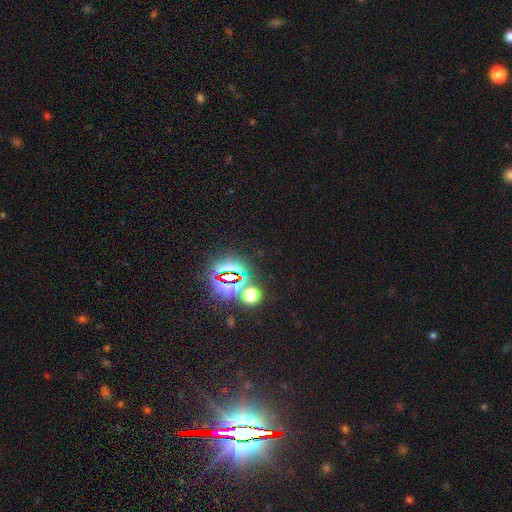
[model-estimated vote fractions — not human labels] Smooth or featured? Predicted: star or artifact (p=0.82).